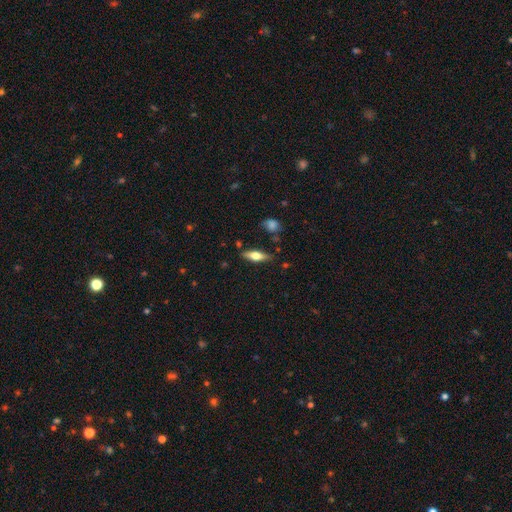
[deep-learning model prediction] Smooth or featured?
  - smooth: 54% *
  - featured or disk: 39%
  - star or artifact: 7%
How rounded?
  - in between: 55% *
  - cigar-shaped: 42%
  - round: 3%
Merging?
  - none: 80% *
  - minor disturbance: 14%
  - major disturbance: 3%
  - merger: 3%